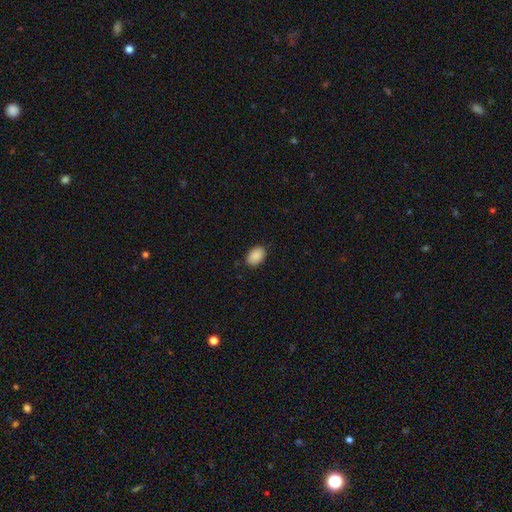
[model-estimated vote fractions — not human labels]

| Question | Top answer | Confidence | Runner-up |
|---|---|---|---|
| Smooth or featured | smooth | 90% | star or artifact (7%) |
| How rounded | in between | 85% | round (14%) |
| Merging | none | 87% | minor disturbance (10%) |